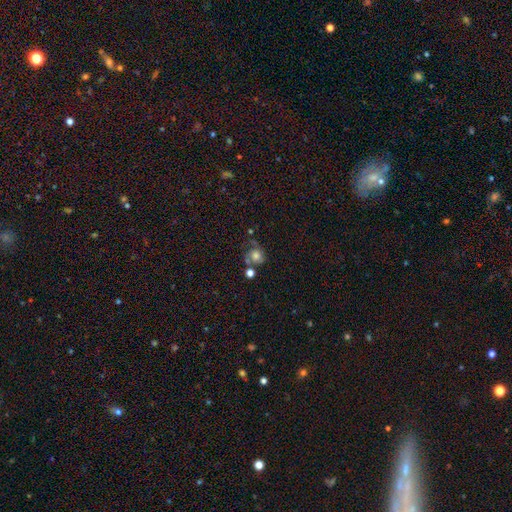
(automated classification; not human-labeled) Q: Smooth or featured?
A: featured or disk (44%); runner-up: smooth (43%)
Q: Merging?
A: none (44%); runner-up: minor disturbance (21%)